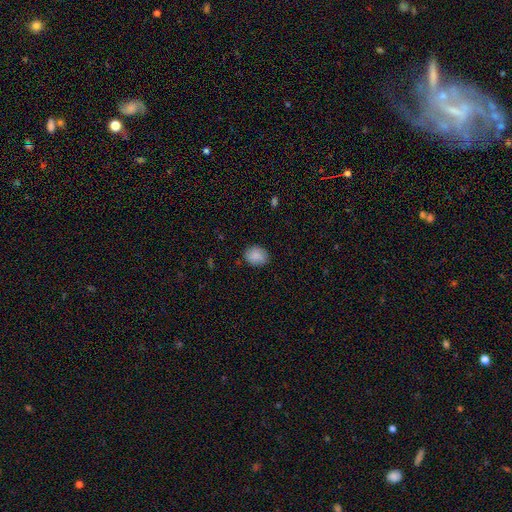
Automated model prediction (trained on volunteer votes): Morphology: type=smooth (87%); roundness=round (64%); merging=none (85%).